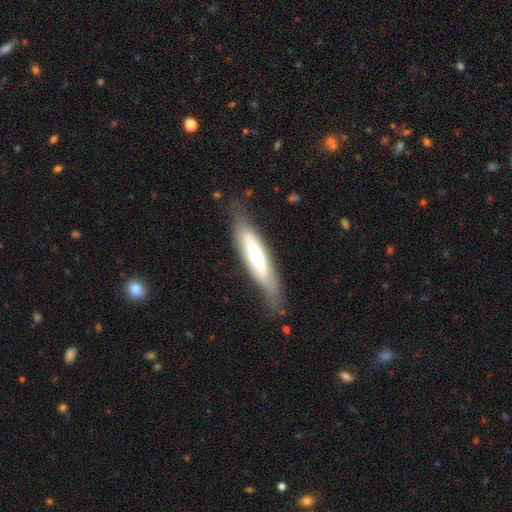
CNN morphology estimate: Q: Smooth or featured?
A: featured or disk (48%); runner-up: smooth (45%)
Q: Merging?
A: none (74%); runner-up: minor disturbance (19%)